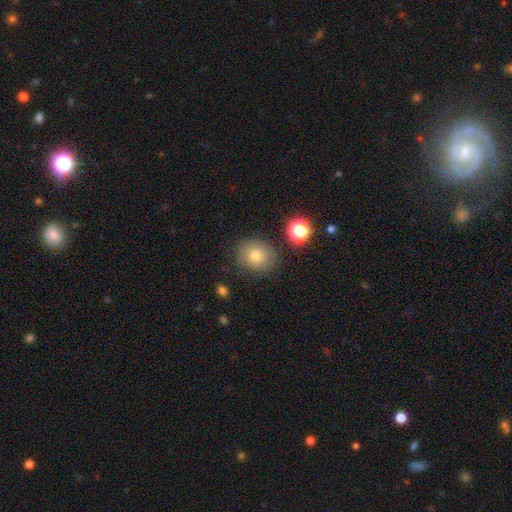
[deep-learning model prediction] Smooth or featured? Predicted: smooth (p=0.77). How rounded? Predicted: round (p=0.65). Merging? Predicted: none (p=0.80).